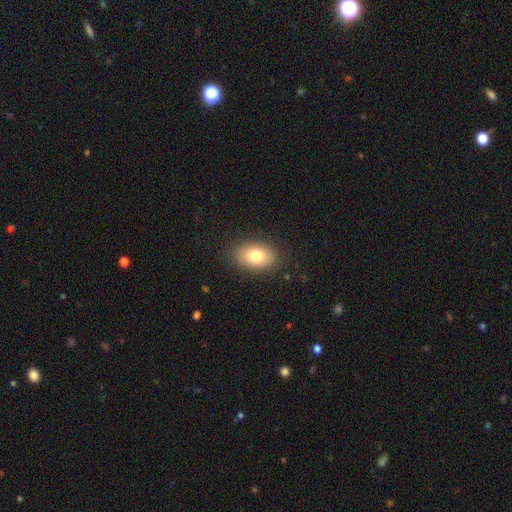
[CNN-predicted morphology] type=smooth (79%); roundness=in between (87%); merging=none (86%).